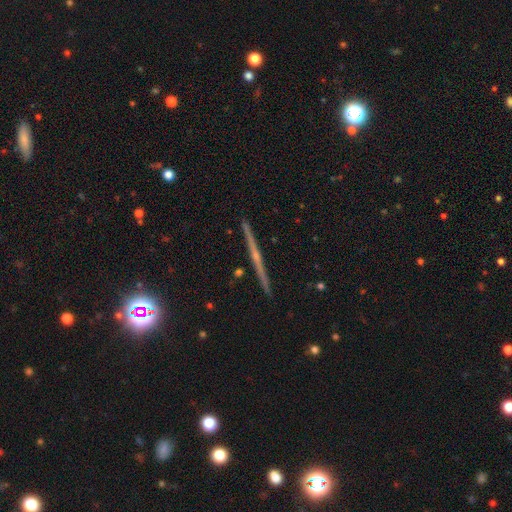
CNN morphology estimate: featured or disk 76%, smooth 14%, star or artifact 10%. Down the decision tree: edge-on disk — yes (98%); edge-on bulge — rounded (57%); merging — none (92%).